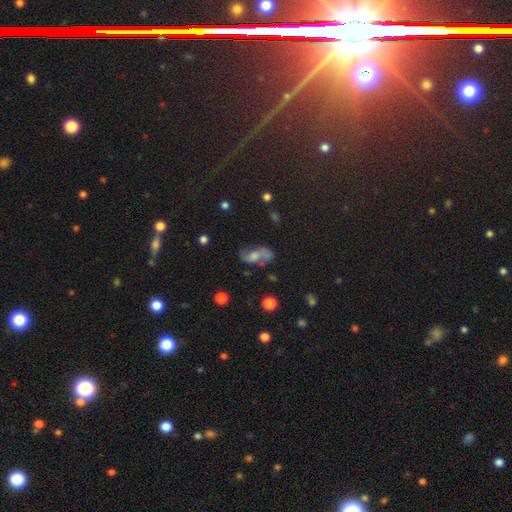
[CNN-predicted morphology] A featured or disk galaxy (46%). Merging: none (47%).